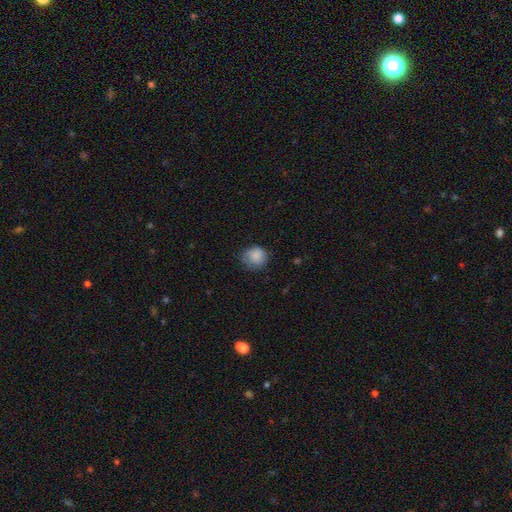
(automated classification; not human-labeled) Overall: smooth (83%). How rounded: round (84%). Merging: none (67%).